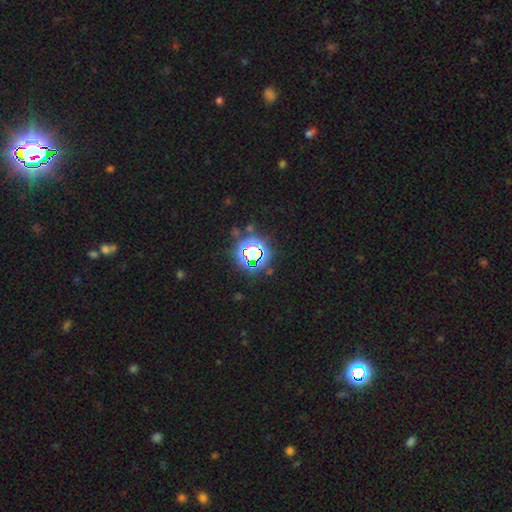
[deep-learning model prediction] Smooth or featured? Predicted: star or artifact (p=0.69).